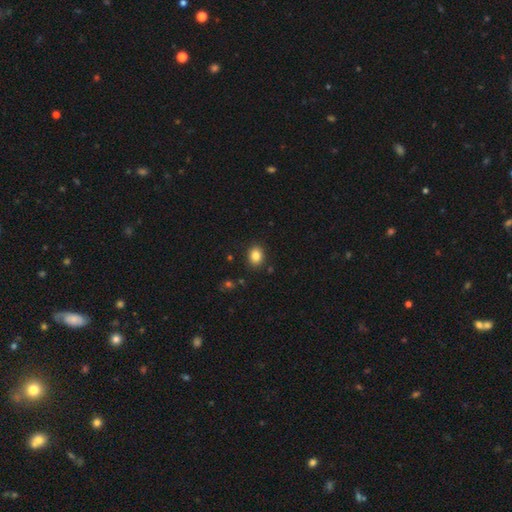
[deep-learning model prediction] This is clearly a smooth galaxy (85%). How rounded: possibly in between (50%). Merging: clearly none (88%).